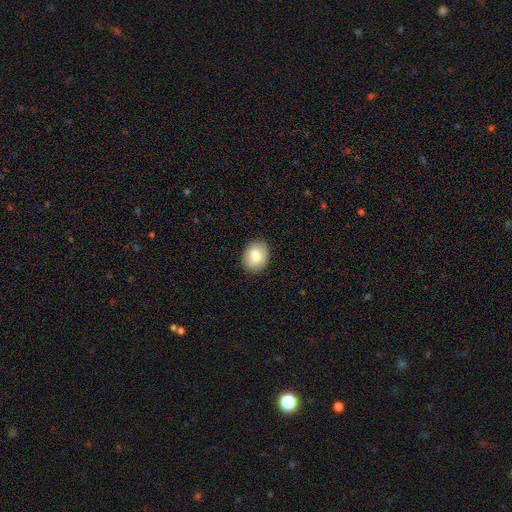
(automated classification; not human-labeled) smooth 80%, featured or disk 13%, star or artifact 8%. Down the decision tree: how rounded — in between (51%); merging — none (88%).